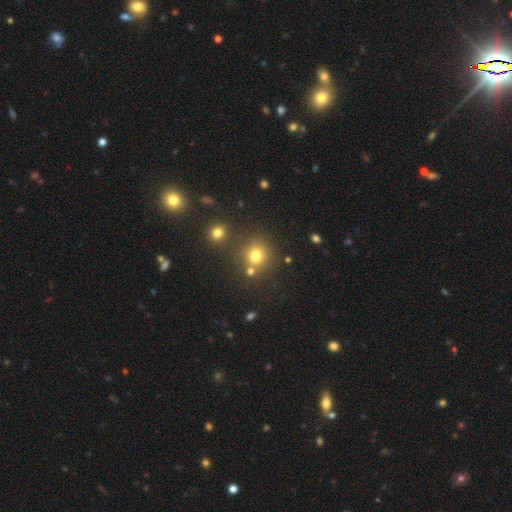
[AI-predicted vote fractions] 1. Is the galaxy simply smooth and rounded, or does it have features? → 74% smooth, 18% star or artifact, 8% featured or disk.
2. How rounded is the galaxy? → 90% round, 9% in between, 1% cigar-shaped.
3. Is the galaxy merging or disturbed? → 74% none, 13% merger, 9% minor disturbance, 4% major disturbance.